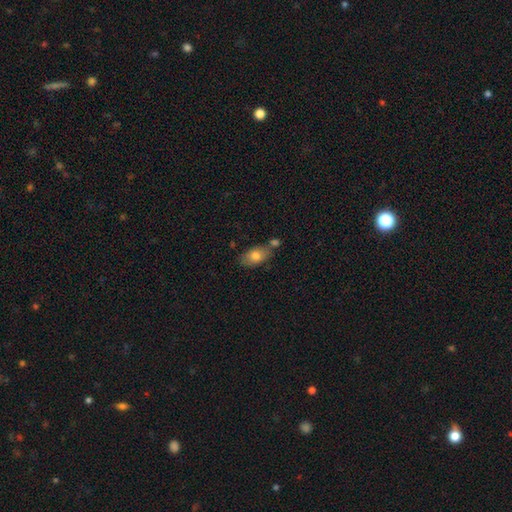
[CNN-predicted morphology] Overall: smooth (76%). How rounded: in between (89%). Merging: none (60%).